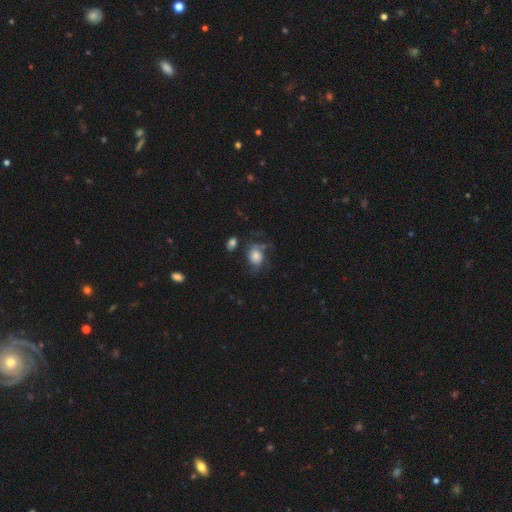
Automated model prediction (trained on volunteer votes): Smooth or featured: smooth — 57% (featured or disk — 32%)
How rounded: in between — 53% (round — 46%)
Merging: none — 47% (minor disturbance — 25%)